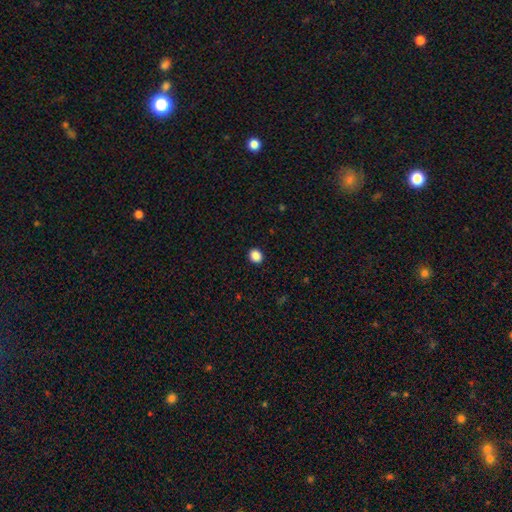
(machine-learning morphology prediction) The model was most divided on "how rounded": round: 72%, in between: 27%, cigar-shaped: 1%. More confident: merging — none (92%); smooth or featured — smooth (88%).